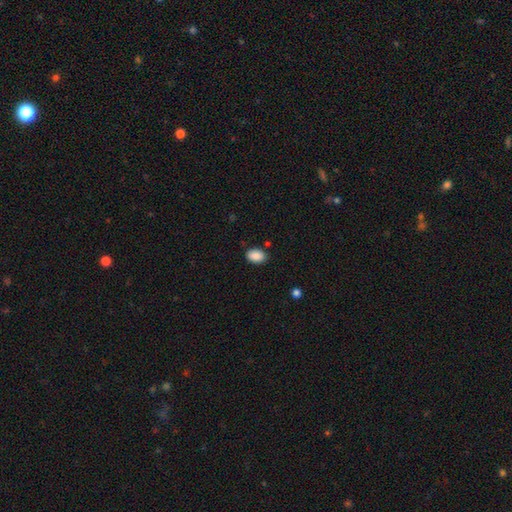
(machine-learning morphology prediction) Smooth or featured: smooth — 90% (star or artifact — 8%)
How rounded: in between — 84% (round — 15%)
Merging: none — 85% (minor disturbance — 10%)